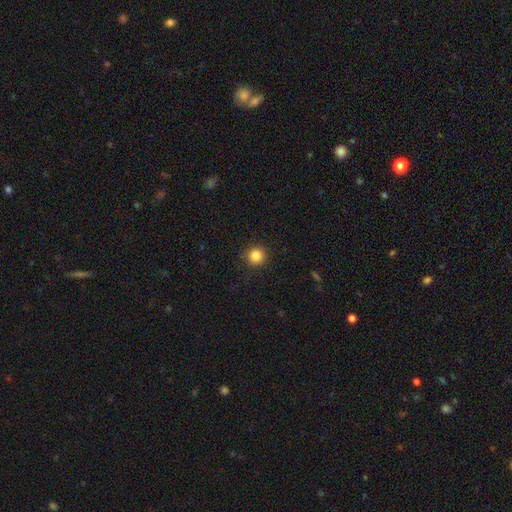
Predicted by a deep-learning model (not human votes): Smooth or featured? smooth (85%)
How rounded? round (94%)
Merging? none (90%)